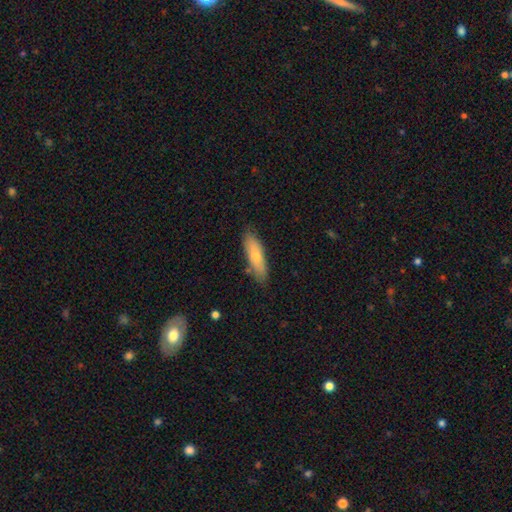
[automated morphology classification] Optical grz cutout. It shows a smooth galaxy with no disk features (71%) that is cigar-shaped (57%). Merging: none (81%).